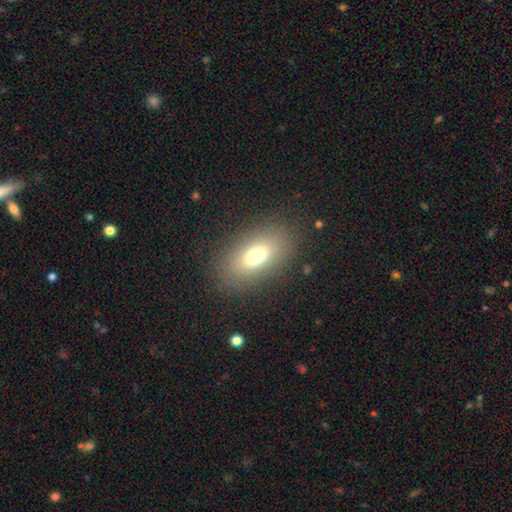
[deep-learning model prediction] A smooth galaxy with no disk features (71%) that is in between round and cigar-shaped (88%). Merging: none (85%).